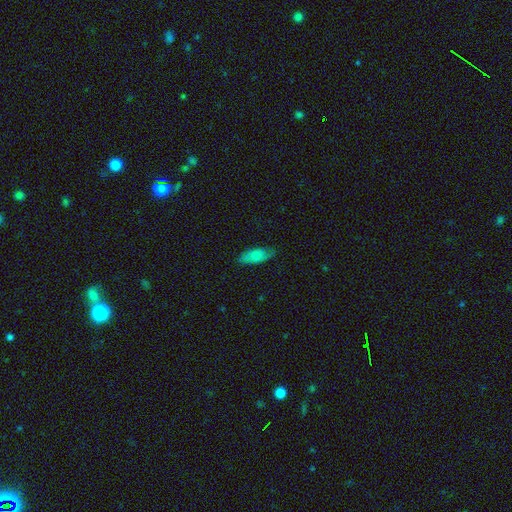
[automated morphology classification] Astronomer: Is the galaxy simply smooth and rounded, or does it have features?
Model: smooth — 78%.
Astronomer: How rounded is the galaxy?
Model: in between — 80%.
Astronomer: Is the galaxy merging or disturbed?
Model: none — 75%.